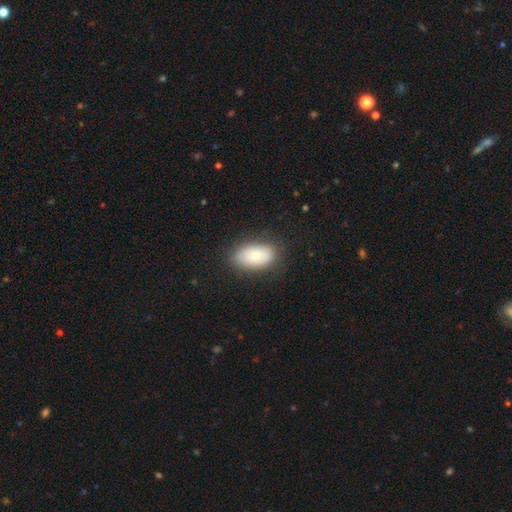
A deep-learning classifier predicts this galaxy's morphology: Overall: smooth (73%). How rounded: in between (92%). Merging: none (81%).